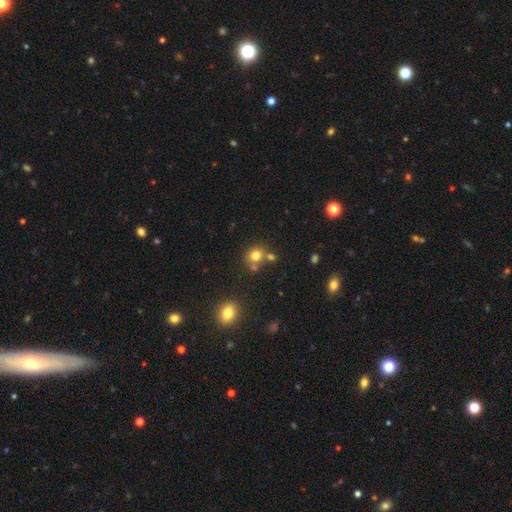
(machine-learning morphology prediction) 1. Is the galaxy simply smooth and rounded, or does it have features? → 77% smooth, 14% star or artifact, 9% featured or disk.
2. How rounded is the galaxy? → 86% round, 13% in between, 1% cigar-shaped.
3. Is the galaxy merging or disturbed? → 63% none, 24% merger, 10% minor disturbance, 4% major disturbance.